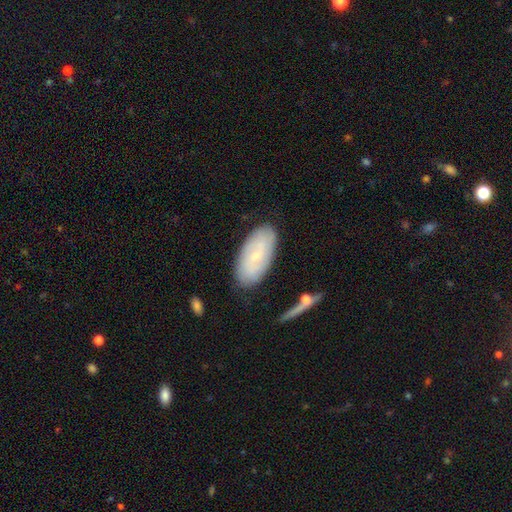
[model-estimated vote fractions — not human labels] Smooth or featured: featured or disk — 48% (smooth — 44%)
Merging: none — 80% (minor disturbance — 15%)